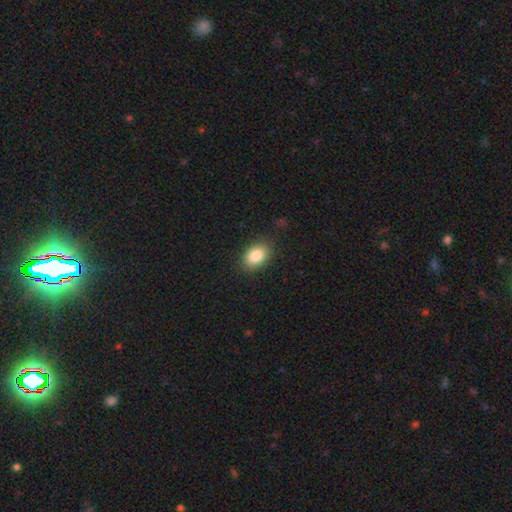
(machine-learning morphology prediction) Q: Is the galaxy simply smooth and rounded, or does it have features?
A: smooth — 87%.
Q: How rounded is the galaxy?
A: in between — 82%.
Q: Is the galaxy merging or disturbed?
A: none — 84%.